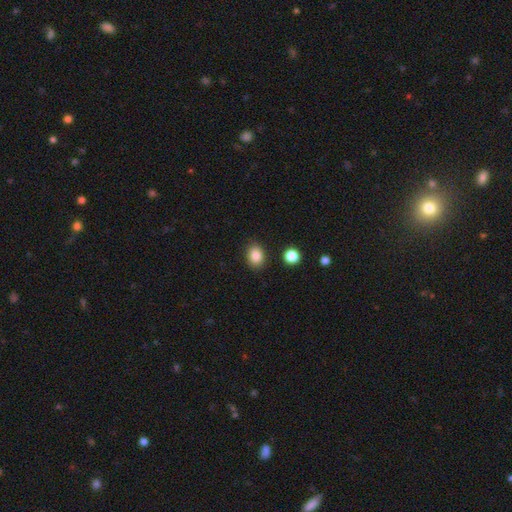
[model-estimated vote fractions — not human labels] Smooth or featured? Predicted: smooth (p=0.87). How rounded? Predicted: in between (p=0.61). Merging? Predicted: none (p=0.85).